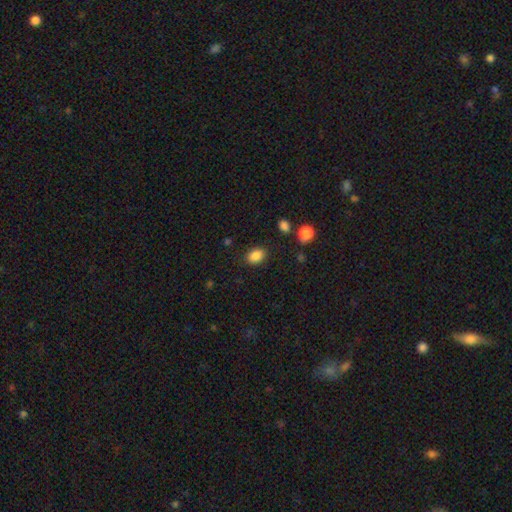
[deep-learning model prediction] smooth-or-featured: smooth: 87% | star or artifact: 9% | featured or disk: 4%
  how-rounded: in between: 75% | round: 24% | cigar-shaped: 1%
  merging: none: 84% | minor disturbance: 11% | major disturbance: 3% | merger: 2%